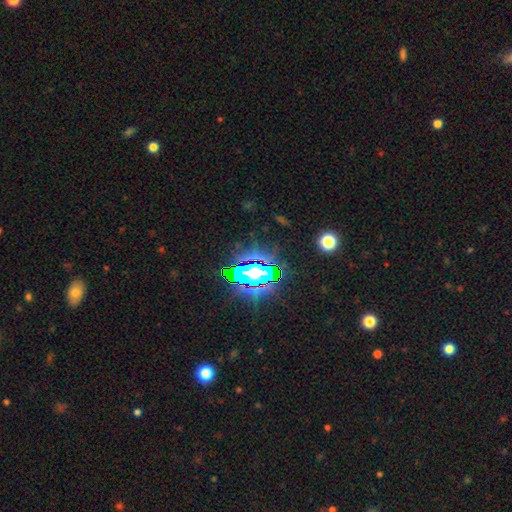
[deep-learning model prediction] smooth_or_featured: star or artifact (p=0.81) [alt: smooth p=0.11]